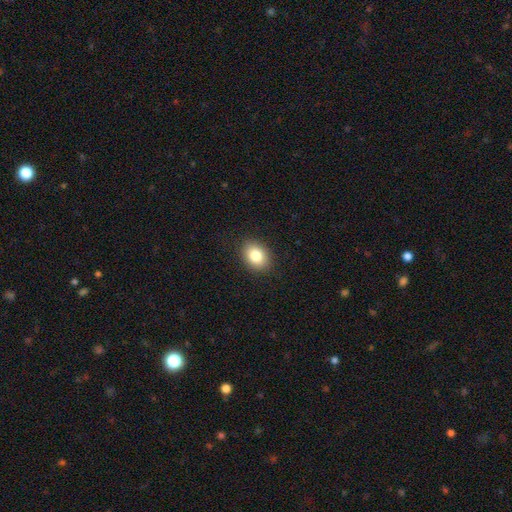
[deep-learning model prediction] Overall: smooth (83%). How rounded: in between (63%; round 36%). Merging: none (89%).